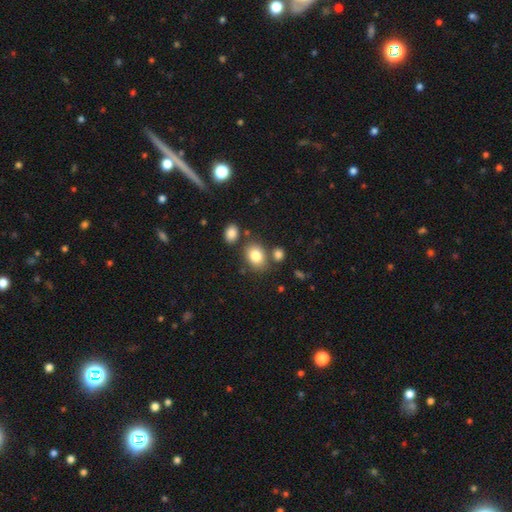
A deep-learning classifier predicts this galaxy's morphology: A smooth galaxy with no disk features (82%) that is in between round and cigar-shaped (61%).

Vote fractions:
- Smooth or featured? smooth: 82% / star or artifact: 10% / featured or disk: 9%
- How rounded? in between: 61% / round: 38% / cigar-shaped: 1%
- Merging? none: 71% / merger: 13% / minor disturbance: 12% / major disturbance: 4%